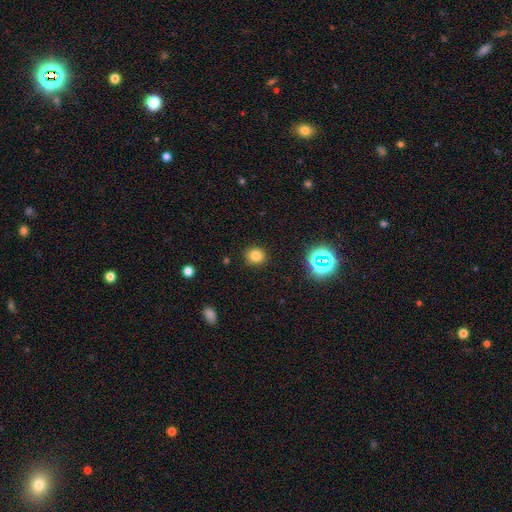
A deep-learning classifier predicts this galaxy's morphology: Smooth or featured?
  - smooth: 76% *
  - star or artifact: 17%
  - featured or disk: 7%
How rounded?
  - round: 86% *
  - in between: 13%
  - cigar-shaped: 1%
Merging?
  - none: 90% *
  - minor disturbance: 6%
  - major disturbance: 2%
  - merger: 1%